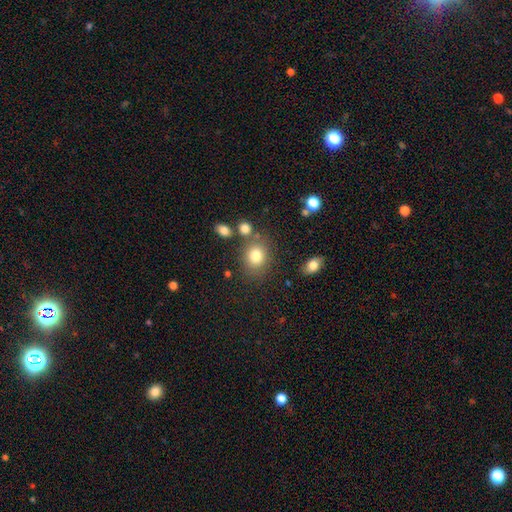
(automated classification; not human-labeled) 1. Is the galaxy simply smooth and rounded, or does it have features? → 80% smooth, 11% star or artifact, 9% featured or disk.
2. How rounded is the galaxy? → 61% round, 38% in between, 1% cigar-shaped.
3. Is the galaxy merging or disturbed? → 72% none, 13% minor disturbance, 10% merger, 5% major disturbance.